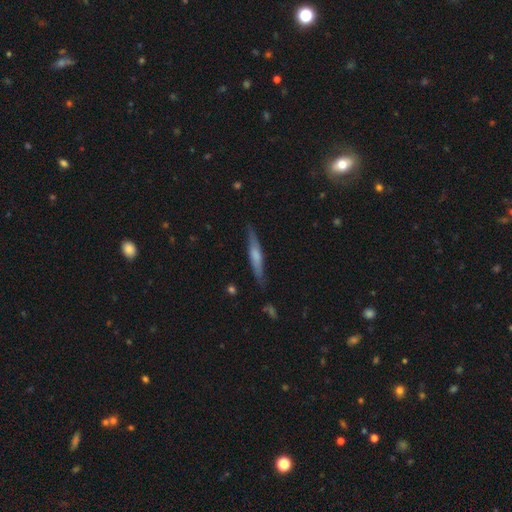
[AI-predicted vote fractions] Smooth or featured?
  - featured or disk: 49% *
  - smooth: 45%
  - star or artifact: 6%
Merging?
  - none: 83% *
  - minor disturbance: 13%
  - major disturbance: 2%
  - merger: 2%